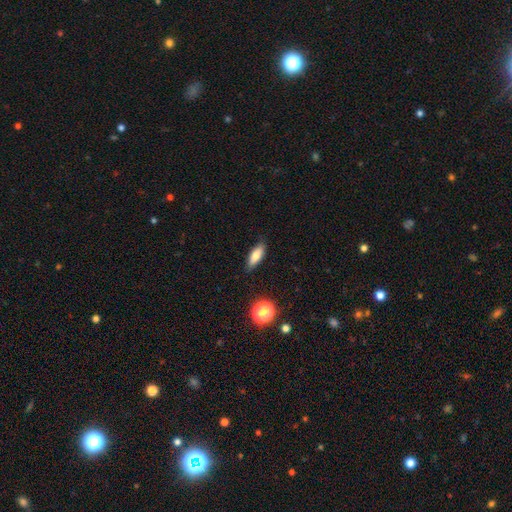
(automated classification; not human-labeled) smooth-or-featured: smooth: 80% | featured or disk: 12% | star or artifact: 8%
  how-rounded: in between: 65% | cigar-shaped: 32% | round: 3%
  merging: none: 84% | minor disturbance: 12% | major disturbance: 2% | merger: 1%